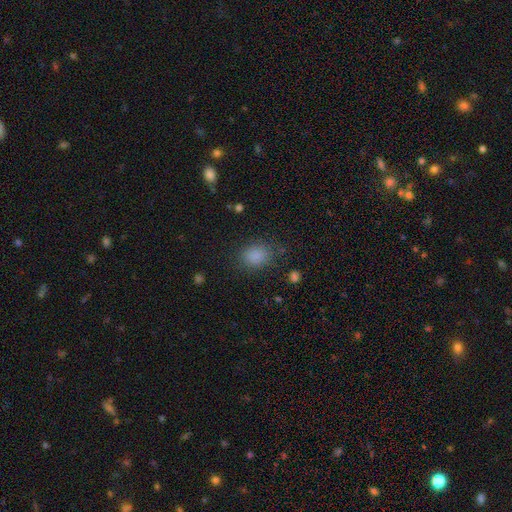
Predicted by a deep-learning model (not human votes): smooth-or-featured: smooth: 85% | star or artifact: 12% | featured or disk: 4%
  how-rounded: in between: 51% | round: 48% | cigar-shaped: 1%
  merging: none: 80% | minor disturbance: 13% | major disturbance: 5% | merger: 2%